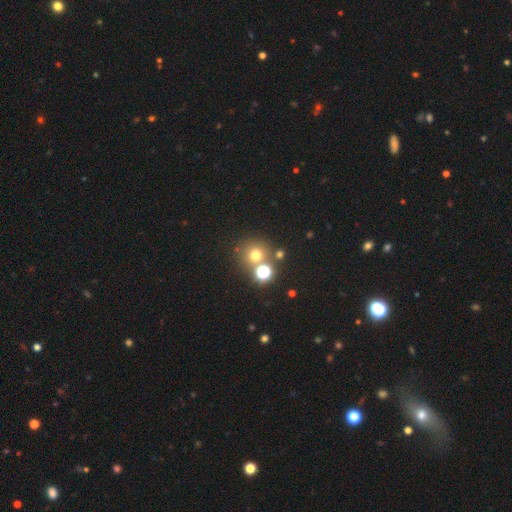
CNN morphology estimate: Smooth or featured?
  - smooth: 65% *
  - star or artifact: 26%
  - featured or disk: 9%
How rounded?
  - round: 90% *
  - in between: 9%
  - cigar-shaped: 1%
Merging?
  - none: 69% *
  - merger: 20%
  - minor disturbance: 8%
  - major disturbance: 4%